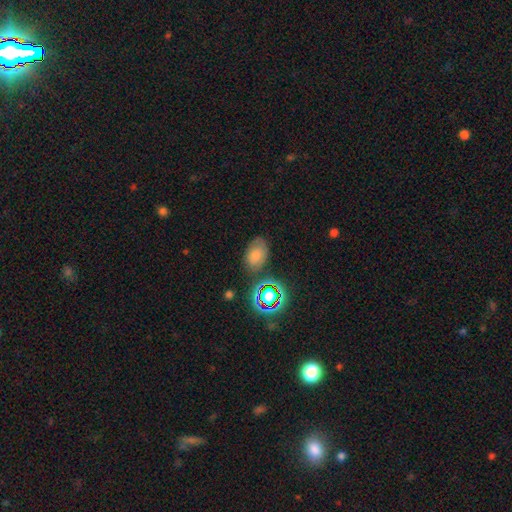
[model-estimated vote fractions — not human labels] Smooth or featured? Predicted: smooth (p=0.52). How rounded? Predicted: in between (p=0.77). Merging? Predicted: none (p=0.72).